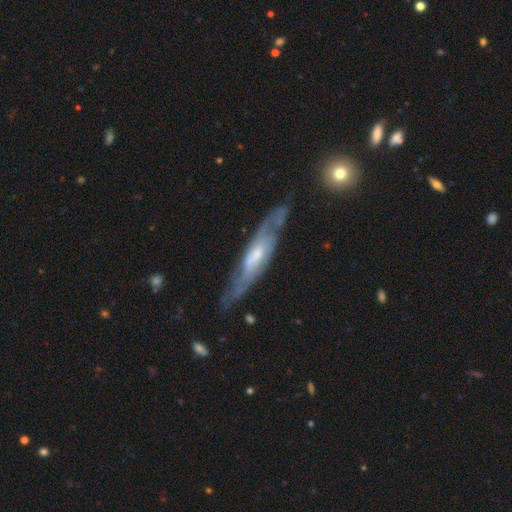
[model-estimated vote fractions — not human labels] featured or disk 75%, smooth 20%, star or artifact 6%. Down the decision tree: edge-on disk — no (54%); merging — none (68%).